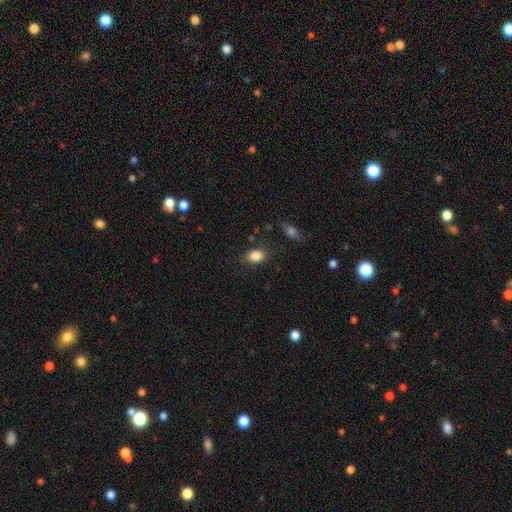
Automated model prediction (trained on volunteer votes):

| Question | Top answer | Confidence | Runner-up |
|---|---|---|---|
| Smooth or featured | smooth | 86% | star or artifact (9%) |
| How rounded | in between | 67% | round (31%) |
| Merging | none | 80% | minor disturbance (13%) |